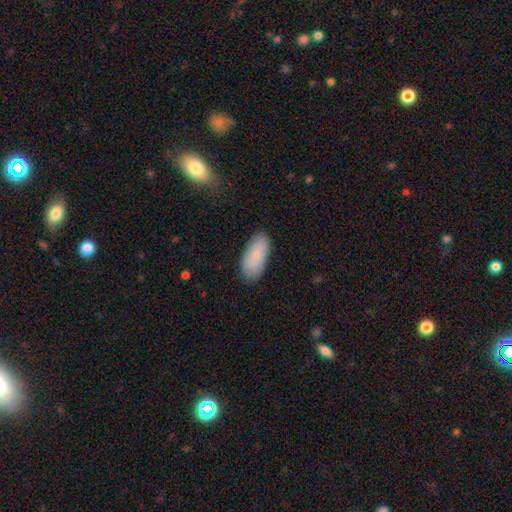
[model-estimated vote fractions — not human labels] Overall: smooth (83%). How rounded: in between (90%). Merging: none (84%).